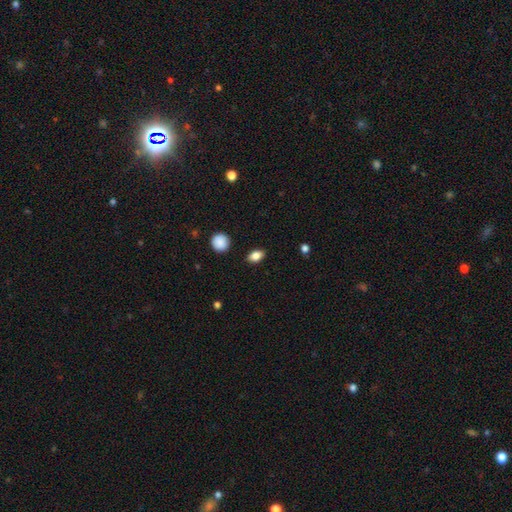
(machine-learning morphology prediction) type=smooth (82%); roundness=in between (80%); merging=none (87%).